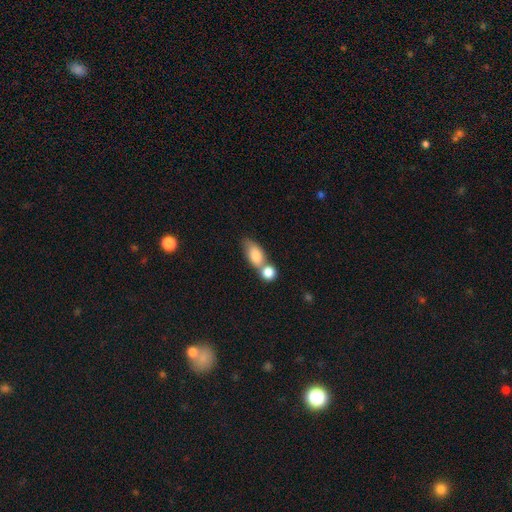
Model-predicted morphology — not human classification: Smooth or featured? Predicted: smooth (p=0.80). How rounded? Predicted: in between (p=0.79). Merging? Predicted: merger (p=0.56).